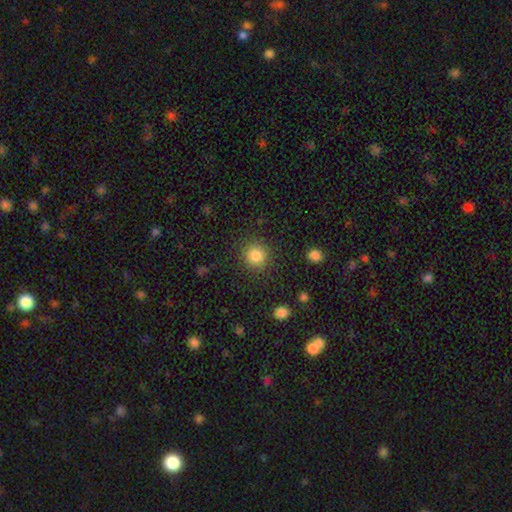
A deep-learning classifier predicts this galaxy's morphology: Overall: smooth (85%). How rounded: round (93%). Merging: none (88%).